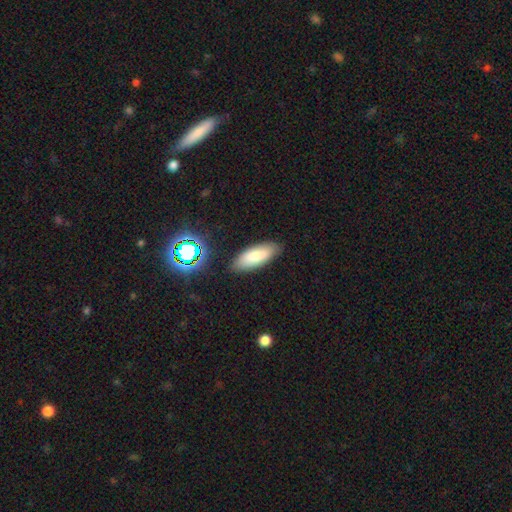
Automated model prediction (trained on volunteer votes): Q: Smooth or featured?
A: smooth (78%); runner-up: featured or disk (13%)
Q: How rounded?
A: in between (73%); runner-up: cigar-shaped (25%)
Q: Merging?
A: none (87%); runner-up: minor disturbance (9%)